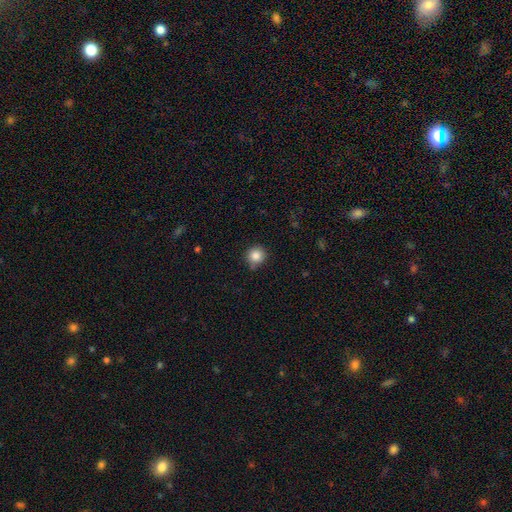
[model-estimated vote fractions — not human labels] Q: Smooth or featured?
A: smooth (85%); runner-up: star or artifact (10%)
Q: How rounded?
A: round (91%); runner-up: in between (8%)
Q: Merging?
A: none (77%); runner-up: minor disturbance (18%)